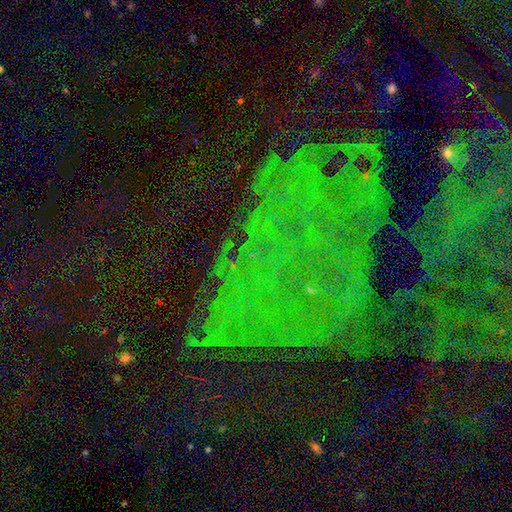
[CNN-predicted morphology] This is likely a star or artifact rather than a galaxy (75%).